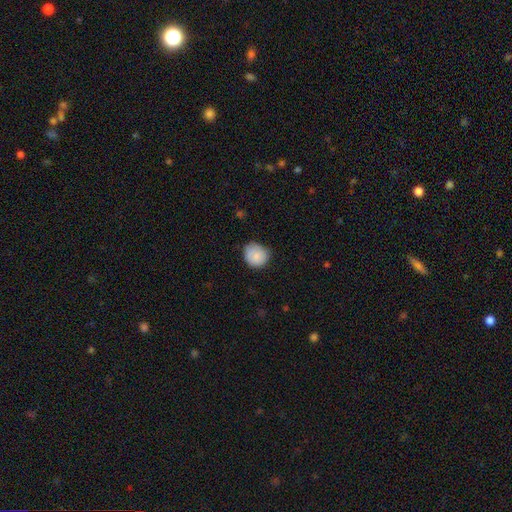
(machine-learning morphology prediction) Overall: smooth (84%). How rounded: round (79%). Merging: none (66%; minor disturbance 29%).